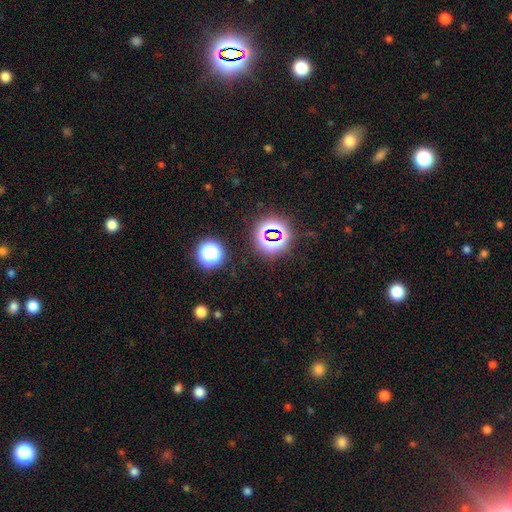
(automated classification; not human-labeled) smooth-or-featured: star or artifact: 79% | smooth: 13% | featured or disk: 7%